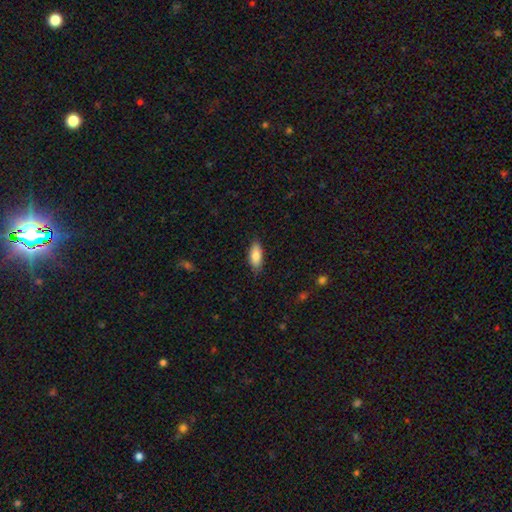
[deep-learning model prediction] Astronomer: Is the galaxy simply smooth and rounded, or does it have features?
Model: smooth — 84%.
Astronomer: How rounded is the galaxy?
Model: in between — 80%.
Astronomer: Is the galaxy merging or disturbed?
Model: none — 84%.